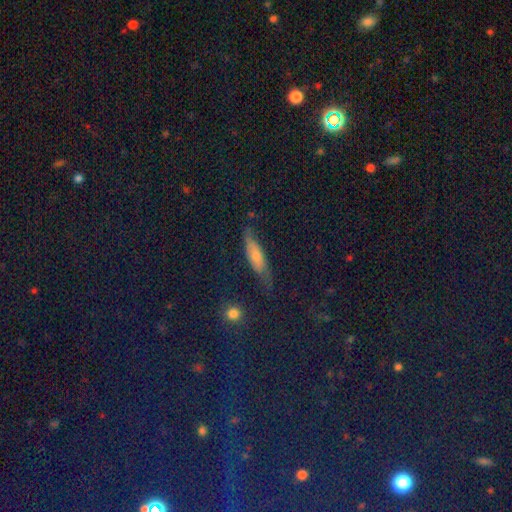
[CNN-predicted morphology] This is possibly a smooth galaxy (52%). How rounded: likely cigar-shaped (62%). Merging: likely none (65%).